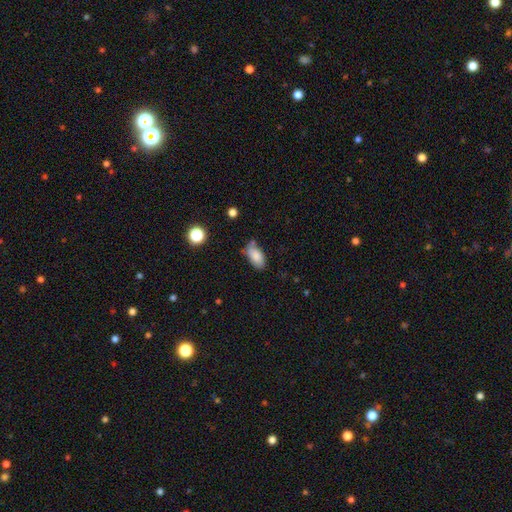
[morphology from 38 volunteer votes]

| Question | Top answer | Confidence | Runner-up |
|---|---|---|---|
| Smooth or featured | smooth | 84% | featured or disk (11%) |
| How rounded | in between | 91% | cigar-shaped (6%) |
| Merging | none | 67% | minor disturbance (22%) |